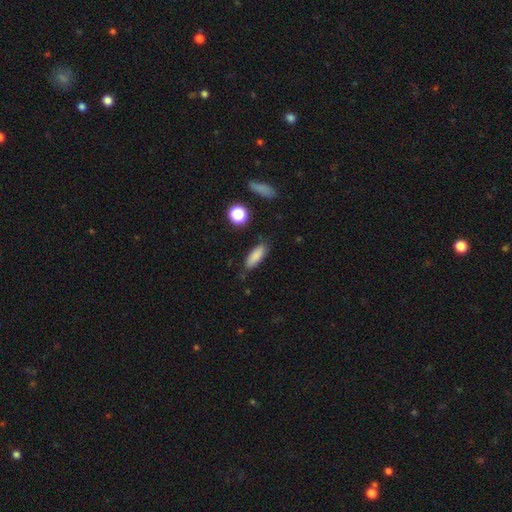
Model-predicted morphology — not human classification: Smooth or featured? Predicted: smooth (p=0.85). How rounded? Predicted: in between (p=0.62). Merging? Predicted: none (p=0.81).